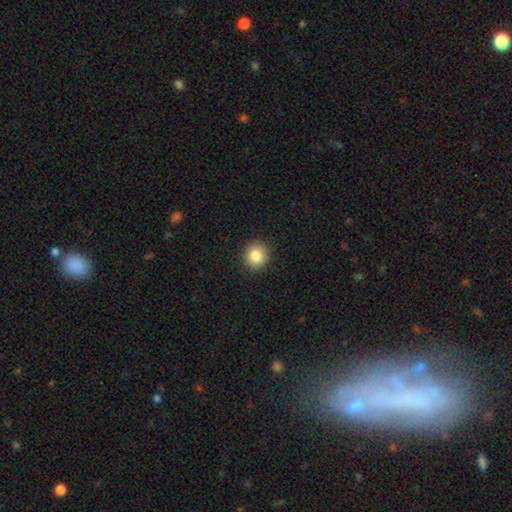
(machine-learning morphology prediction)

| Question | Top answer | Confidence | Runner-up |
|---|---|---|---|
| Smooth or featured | smooth | 84% | star or artifact (10%) |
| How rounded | round | 90% | in between (10%) |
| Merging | none | 92% | minor disturbance (6%) |